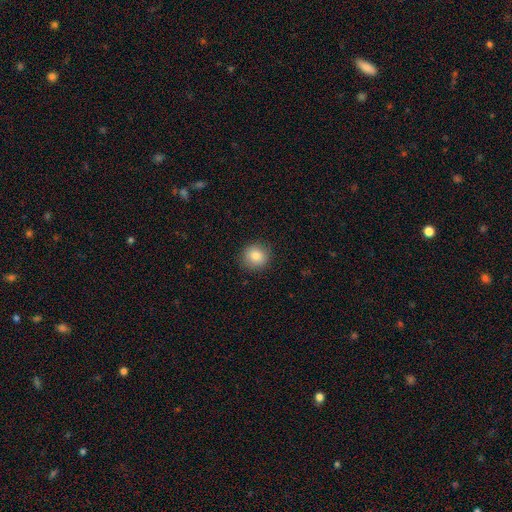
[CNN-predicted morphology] This is clearly a smooth galaxy (84%). How rounded: clearly round (90%). Merging: clearly none (89%).